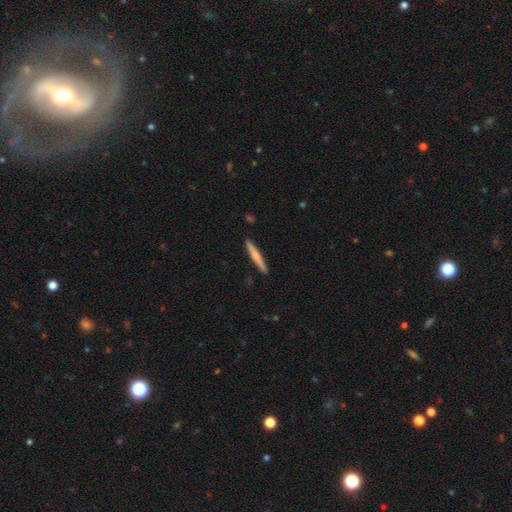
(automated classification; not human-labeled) This appears to be a smooth galaxy with no disk features (63%) that is cigar-shaped (95%). Merging: none (90%).